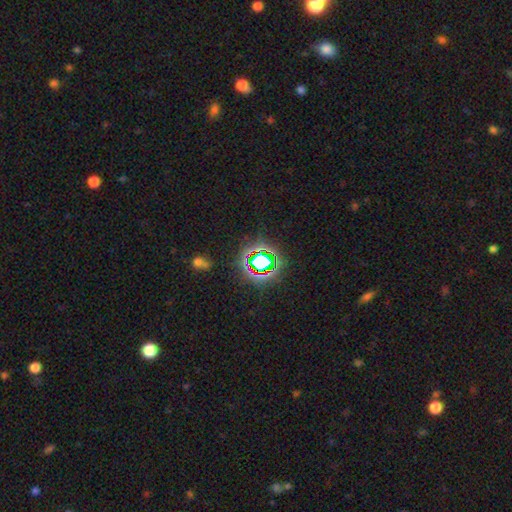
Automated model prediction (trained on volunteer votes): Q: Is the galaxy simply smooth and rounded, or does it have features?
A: star or artifact — 75%.